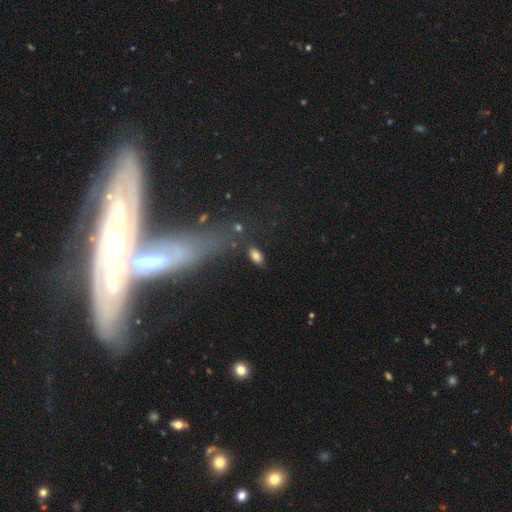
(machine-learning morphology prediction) smooth_or_featured: smooth (p=0.82) [alt: star or artifact p=0.10]
how_rounded: in between (p=0.91) [alt: round p=0.05]
merging: none (p=0.79) [alt: minor disturbance p=0.12]